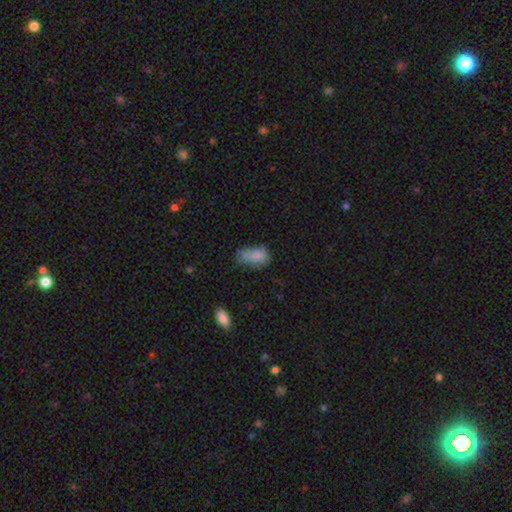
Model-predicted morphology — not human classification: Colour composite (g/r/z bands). It shows a smooth galaxy with no disk features (78%) that is in between round and cigar-shaped (90%). Merging: none (37%, tied with minor disturbance).